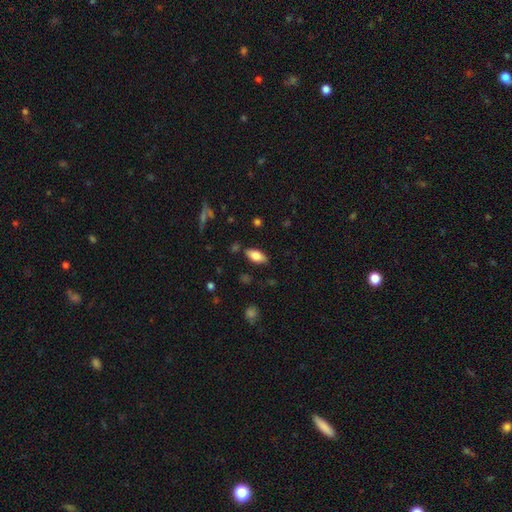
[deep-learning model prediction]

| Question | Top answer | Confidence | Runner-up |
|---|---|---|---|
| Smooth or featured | smooth | 77% | featured or disk (15%) |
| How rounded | in between | 87% | cigar-shaped (10%) |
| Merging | none | 84% | minor disturbance (11%) |